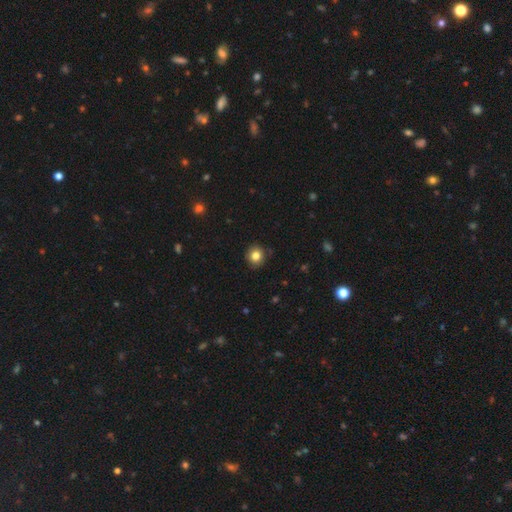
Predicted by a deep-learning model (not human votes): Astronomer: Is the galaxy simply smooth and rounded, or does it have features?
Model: smooth — 83%.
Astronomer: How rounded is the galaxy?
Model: round — 88%.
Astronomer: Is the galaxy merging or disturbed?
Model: none — 88%.